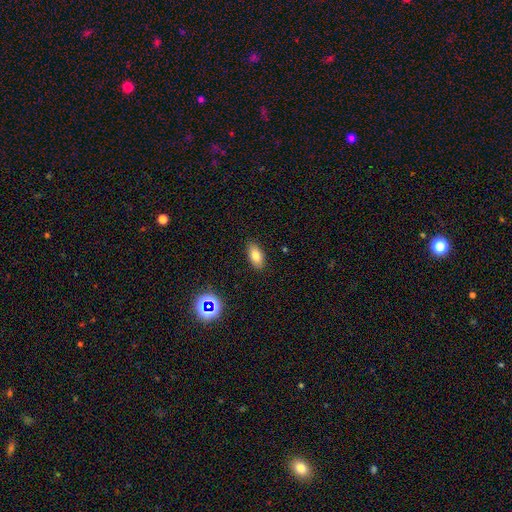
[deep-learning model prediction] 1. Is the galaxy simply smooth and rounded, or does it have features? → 80% smooth, 10% featured or disk, 10% star or artifact.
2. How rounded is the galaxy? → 90% in between, 6% cigar-shaped, 4% round.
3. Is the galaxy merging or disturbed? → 87% none, 9% minor disturbance, 2% major disturbance, 1% merger.